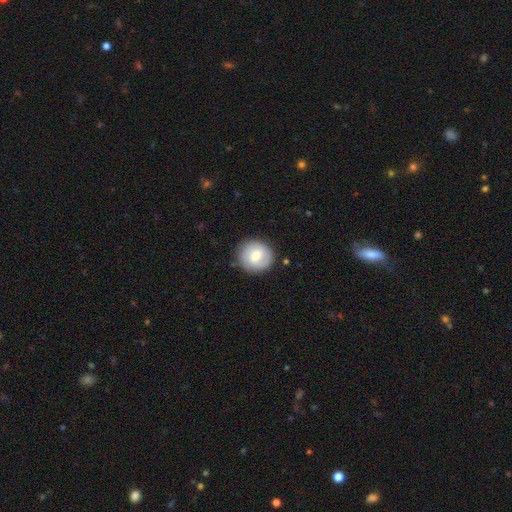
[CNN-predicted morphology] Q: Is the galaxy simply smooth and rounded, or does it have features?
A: smooth — 64%.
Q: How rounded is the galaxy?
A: round — 91%.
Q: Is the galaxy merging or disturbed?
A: none — 86%.